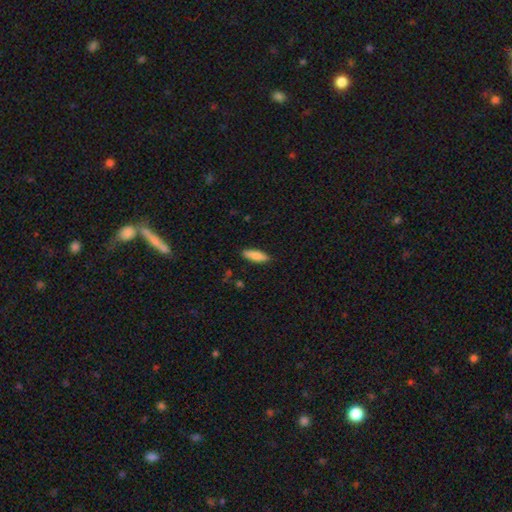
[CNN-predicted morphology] smooth_or_featured: smooth (p=0.85) [alt: featured or disk p=0.09]
how_rounded: in between (p=0.52) [alt: cigar-shaped p=0.47]
merging: none (p=0.88) [alt: minor disturbance p=0.09]